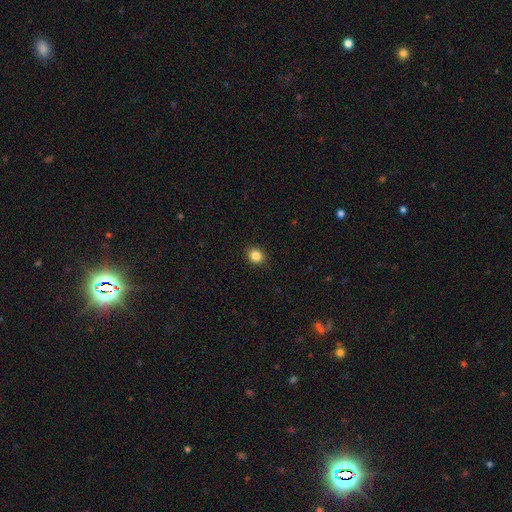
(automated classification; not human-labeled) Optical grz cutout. It shows a smooth galaxy with no disk features (85%) that is round (68%). Merging: none (91%).